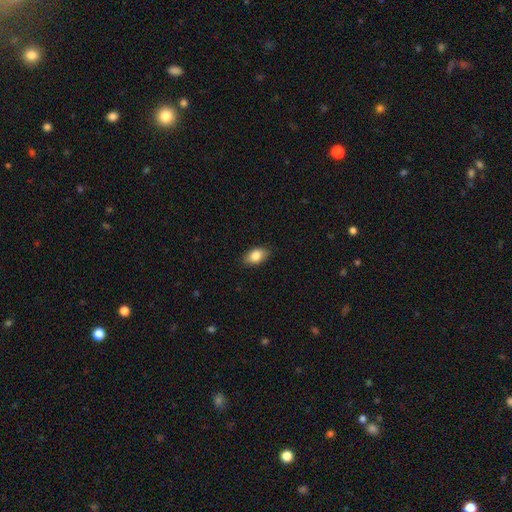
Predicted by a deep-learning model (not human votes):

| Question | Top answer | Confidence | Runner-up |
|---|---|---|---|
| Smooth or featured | smooth | 84% | featured or disk (9%) |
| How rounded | in between | 89% | round (9%) |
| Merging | none | 86% | minor disturbance (11%) |